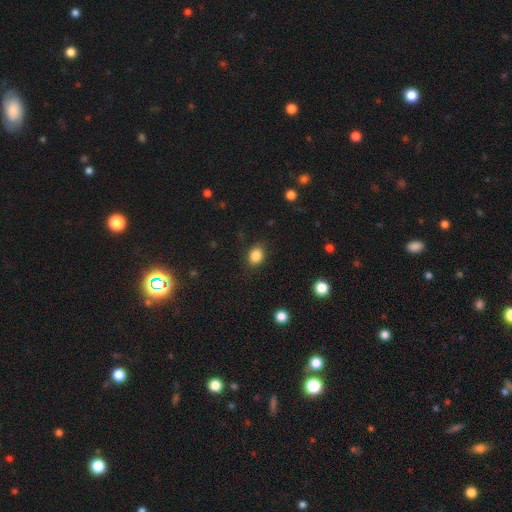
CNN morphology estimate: Smooth or featured: smooth — 85% (star or artifact — 10%)
How rounded: in between — 56% (round — 43%)
Merging: none — 84% (minor disturbance — 12%)